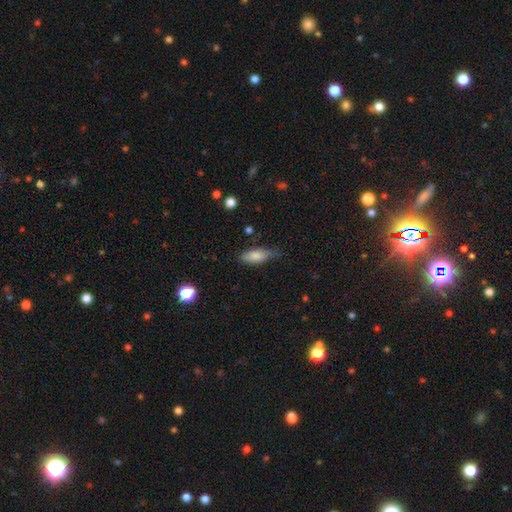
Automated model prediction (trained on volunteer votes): A smooth galaxy with no disk features (82%) that is in between round and cigar-shaped (78%).

Vote fractions:
- Smooth or featured? smooth: 82% / featured or disk: 11% / star or artifact: 7%
- How rounded? in between: 78% / cigar-shaped: 19% / round: 2%
- Merging? none: 57% / minor disturbance: 34% / major disturbance: 7% / merger: 2%